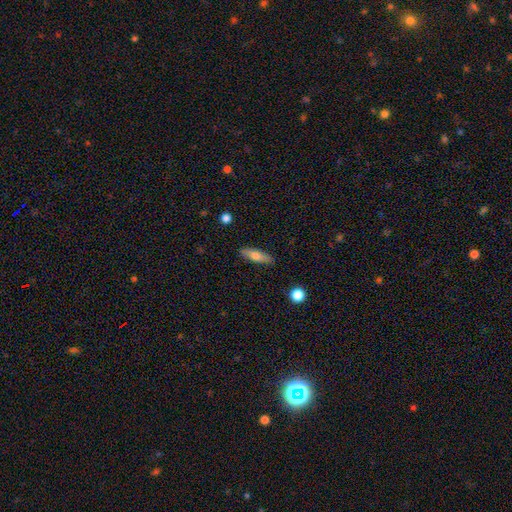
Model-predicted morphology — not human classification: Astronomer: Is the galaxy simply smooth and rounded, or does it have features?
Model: smooth — 69%.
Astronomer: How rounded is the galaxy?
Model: cigar-shaped — 55% (runner-up: in between, 43%).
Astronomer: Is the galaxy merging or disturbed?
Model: none — 87%.